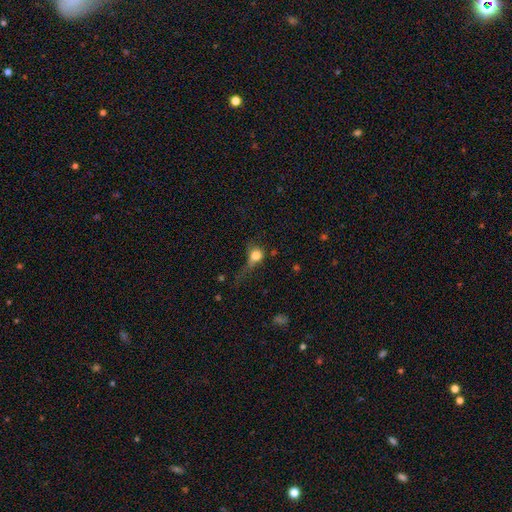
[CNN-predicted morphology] type=smooth (75%); roundness=round (70%); merging=major disturbance (41%).